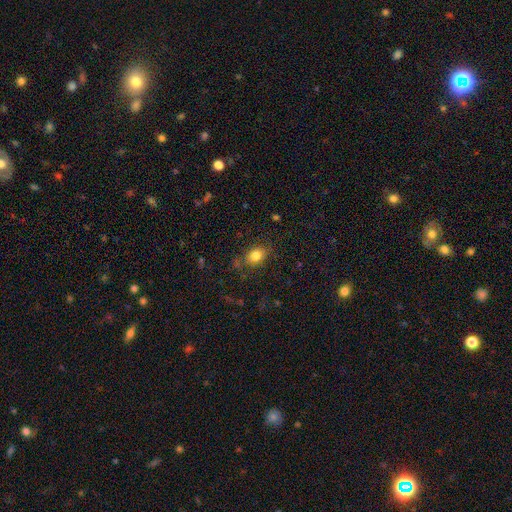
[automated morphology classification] The model was most divided on "how rounded": in between: 72%, round: 27%, cigar-shaped: 1%. More confident: smooth or featured — smooth (82%); merging — none (78%).